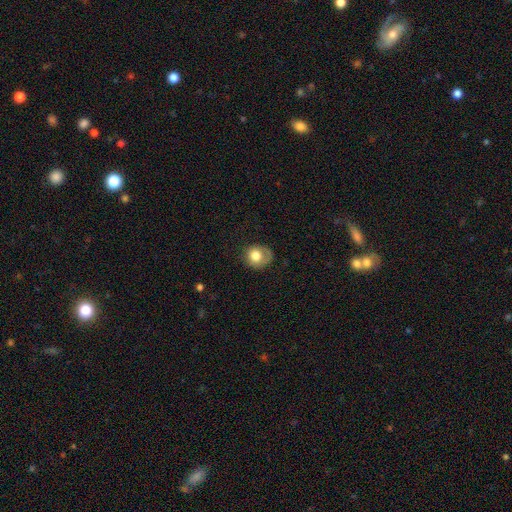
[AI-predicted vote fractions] Smooth or featured? Predicted: smooth (p=0.75). How rounded? Predicted: round (p=0.72). Merging? Predicted: none (p=0.53).